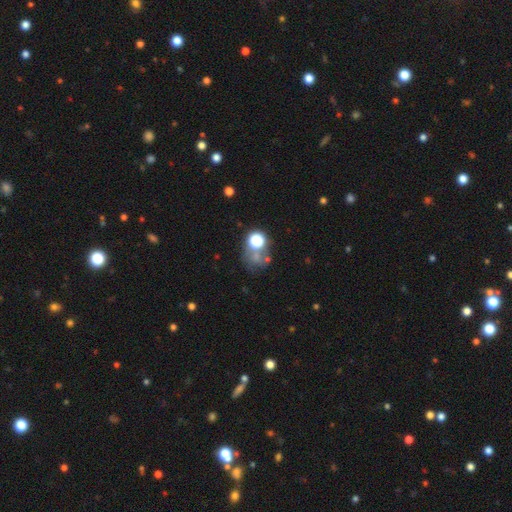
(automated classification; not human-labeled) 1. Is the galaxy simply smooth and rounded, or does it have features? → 46% smooth, 34% star or artifact, 21% featured or disk.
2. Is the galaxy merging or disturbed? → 42% none, 22% major disturbance, 20% merger, 15% minor disturbance.